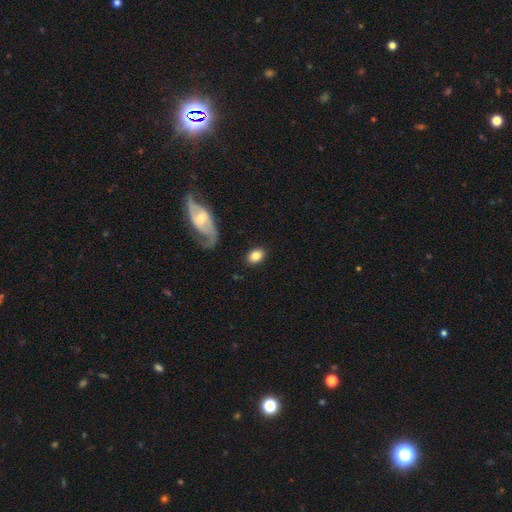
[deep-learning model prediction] smooth_or_featured: smooth (p=0.81) [alt: featured or disk p=0.12]
how_rounded: in between (p=0.80) [alt: round p=0.18]
merging: none (p=0.82) [alt: minor disturbance p=0.10]